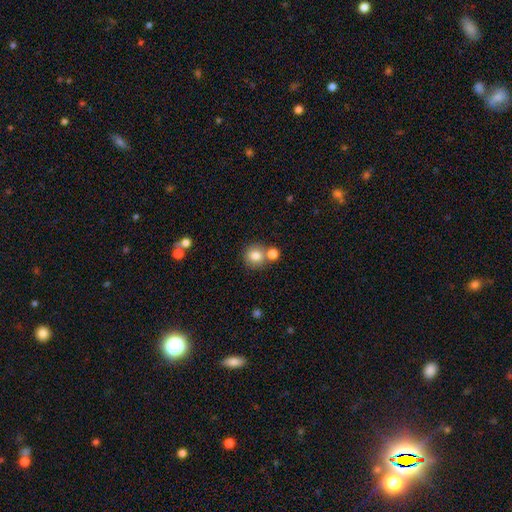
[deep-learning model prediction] Q: Smooth or featured?
A: smooth (81%); runner-up: star or artifact (11%)
Q: How rounded?
A: round (89%); runner-up: in between (10%)
Q: Merging?
A: none (65%); runner-up: merger (24%)